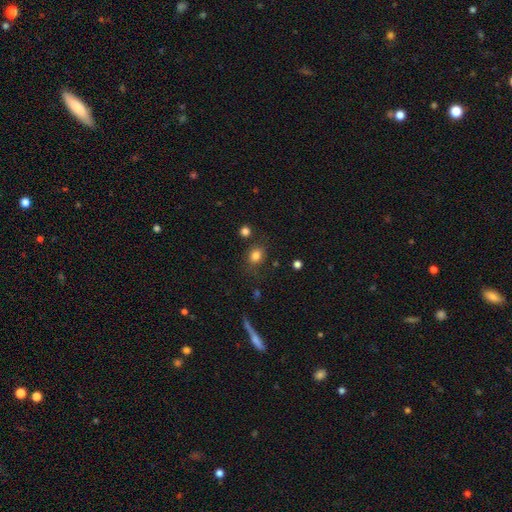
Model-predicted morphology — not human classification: Smooth or featured?
  - smooth: 81% *
  - star or artifact: 12%
  - featured or disk: 7%
How rounded?
  - in between: 50% *
  - round: 49%
  - cigar-shaped: 1%
Merging?
  - none: 72% *
  - minor disturbance: 16%
  - major disturbance: 7%
  - merger: 5%